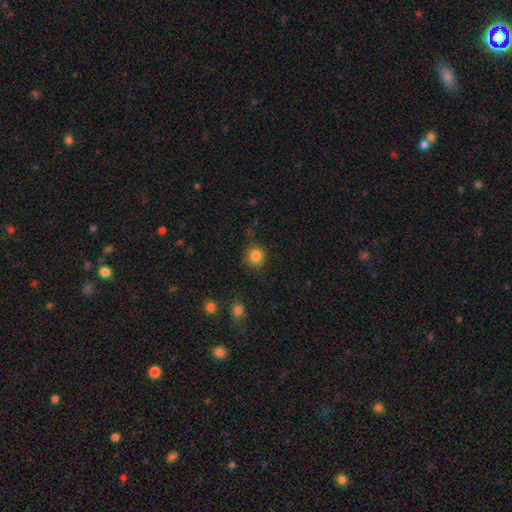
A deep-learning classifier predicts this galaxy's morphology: smooth_or_featured: smooth (p=0.84) [alt: star or artifact p=0.11]
how_rounded: round (p=0.88) [alt: in between p=0.11]
merging: none (p=0.82) [alt: minor disturbance p=0.12]